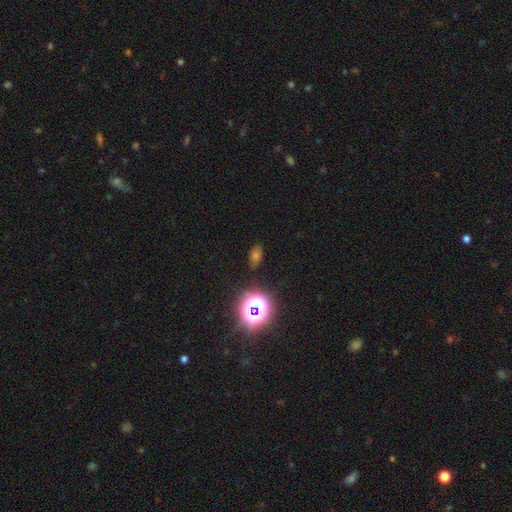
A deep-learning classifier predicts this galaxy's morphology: Smooth or featured? Predicted: smooth (p=0.44, tied with star or artifact). Merging? Predicted: none (p=0.82).